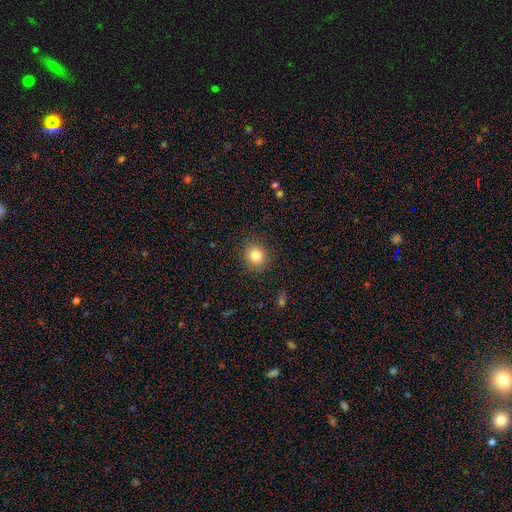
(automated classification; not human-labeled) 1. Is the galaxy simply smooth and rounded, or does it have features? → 82% smooth, 11% star or artifact, 7% featured or disk.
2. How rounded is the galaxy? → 88% round, 11% in between, 1% cigar-shaped.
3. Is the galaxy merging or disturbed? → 89% none, 8% minor disturbance, 3% major disturbance, 1% merger.